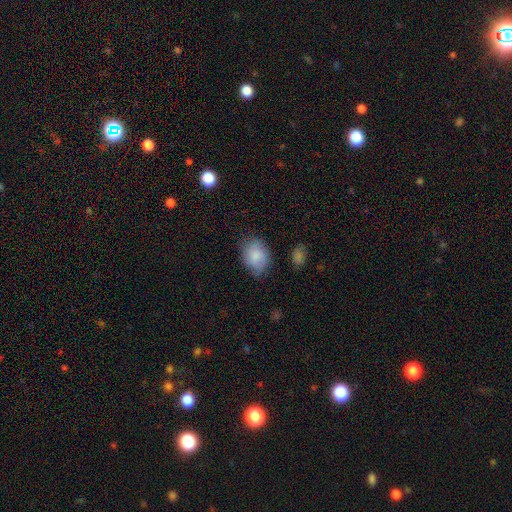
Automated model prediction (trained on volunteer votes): Smooth or featured?
  - smooth: 83% *
  - featured or disk: 10%
  - star or artifact: 7%
How rounded?
  - in between: 59% *
  - round: 40%
  - cigar-shaped: 1%
Merging?
  - none: 65% *
  - minor disturbance: 26%
  - major disturbance: 6%
  - merger: 2%